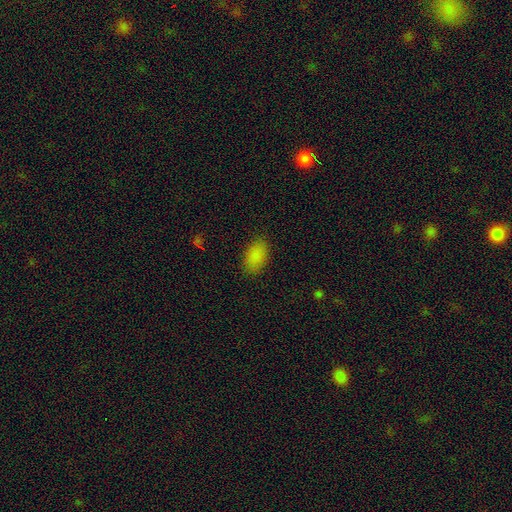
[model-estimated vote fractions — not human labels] This is clearly a smooth galaxy (86%). How rounded: clearly in between (93%). Merging: clearly none (86%).